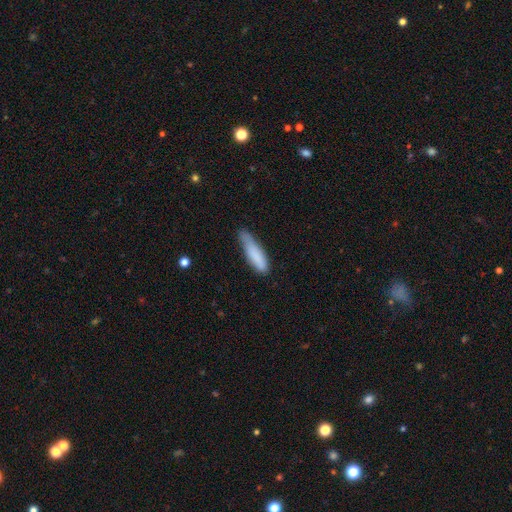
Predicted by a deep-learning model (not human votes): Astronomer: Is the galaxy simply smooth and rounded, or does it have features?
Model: smooth — 83%.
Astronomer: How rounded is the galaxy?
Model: cigar-shaped — 73%.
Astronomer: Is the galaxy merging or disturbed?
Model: none — 50% (runner-up: minor disturbance, 38%).